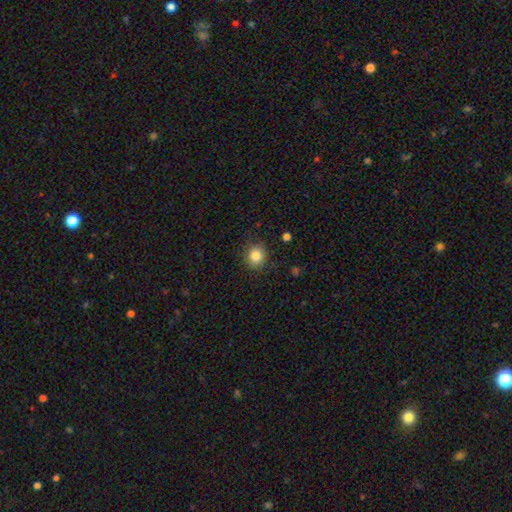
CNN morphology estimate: Overall: smooth (85%). How rounded: round (81%). Merging: none (88%).